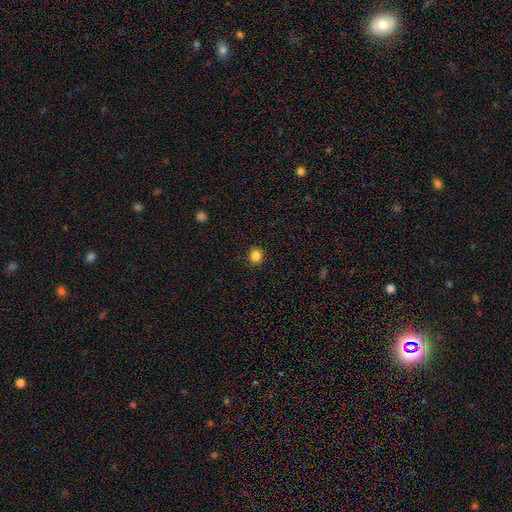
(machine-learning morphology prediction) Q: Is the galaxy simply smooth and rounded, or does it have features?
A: smooth — 85%.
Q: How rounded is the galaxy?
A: round — 91%.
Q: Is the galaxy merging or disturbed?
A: none — 91%.